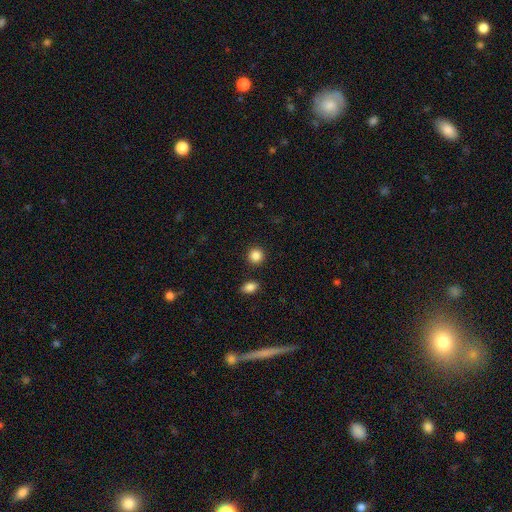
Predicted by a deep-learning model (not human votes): Smooth or featured?
  - smooth: 87% *
  - star or artifact: 10%
  - featured or disk: 4%
How rounded?
  - round: 91% *
  - in between: 8%
  - cigar-shaped: 1%
Merging?
  - none: 90% *
  - minor disturbance: 5%
  - merger: 3%
  - major disturbance: 2%